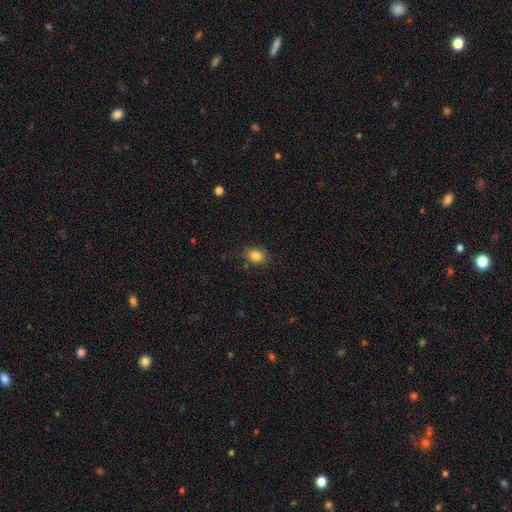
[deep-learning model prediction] smooth 84%, star or artifact 10%, featured or disk 6%. Down the decision tree: how rounded — in between (60%); merging — none (80%).